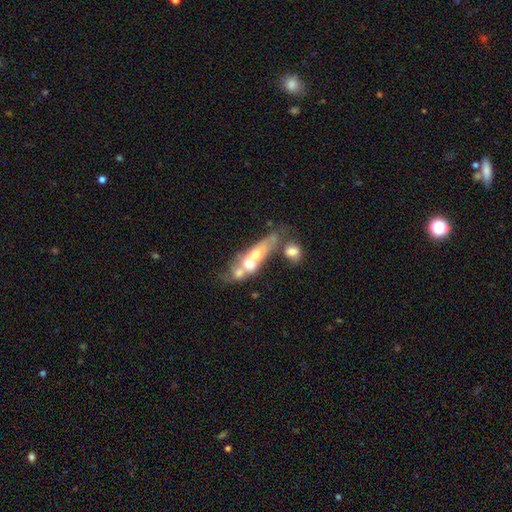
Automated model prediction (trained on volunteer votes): A featured or disk galaxy (46%). Merging: merger (65%).